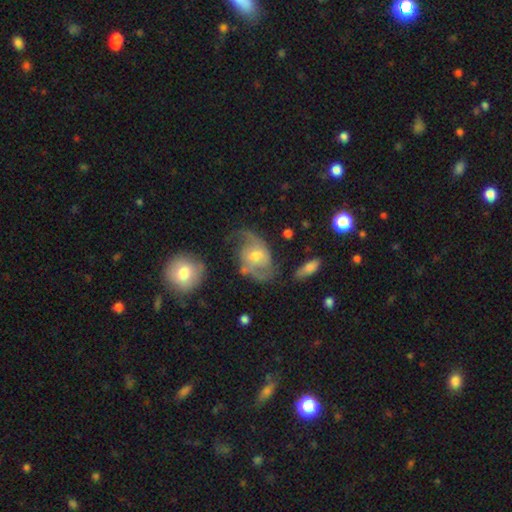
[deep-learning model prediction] This appears to be a featured or disk galaxy (77%) with no bar (49%), 2 (82%) loose (43%) spiral arms (91%) and a moderate central bulge (53%). Merging: none (53%).